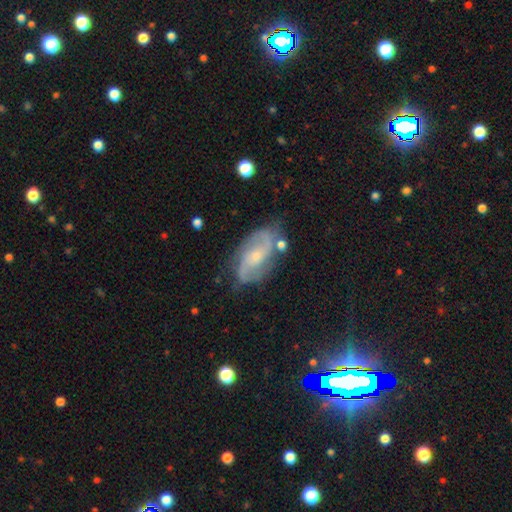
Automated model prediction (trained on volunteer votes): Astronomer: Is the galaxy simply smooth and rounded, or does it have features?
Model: featured or disk — 84%.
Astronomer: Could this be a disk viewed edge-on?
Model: no — 96%.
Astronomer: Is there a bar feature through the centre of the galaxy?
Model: no — 51% (runner-up: weak, 39%).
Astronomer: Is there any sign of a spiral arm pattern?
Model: yes — 96%.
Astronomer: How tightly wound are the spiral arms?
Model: medium — 49% (runner-up: loose, 29%).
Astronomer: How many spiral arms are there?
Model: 2 — 84%.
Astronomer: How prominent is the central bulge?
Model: small — 64%.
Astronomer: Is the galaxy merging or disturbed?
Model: none — 72%.